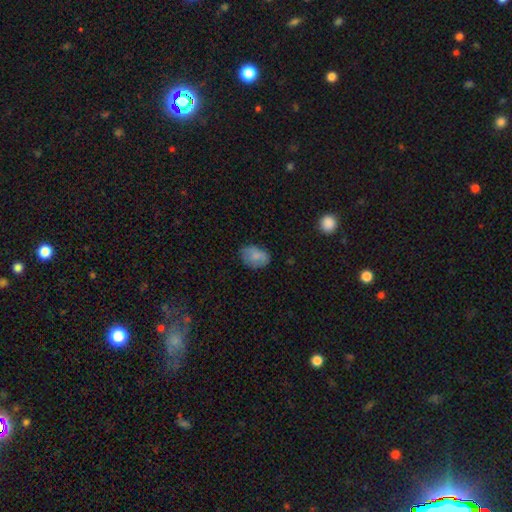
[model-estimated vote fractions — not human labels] smooth 79%, featured or disk 13%, star or artifact 8%. Down the decision tree: how rounded — in between (79%); merging — none (72%).